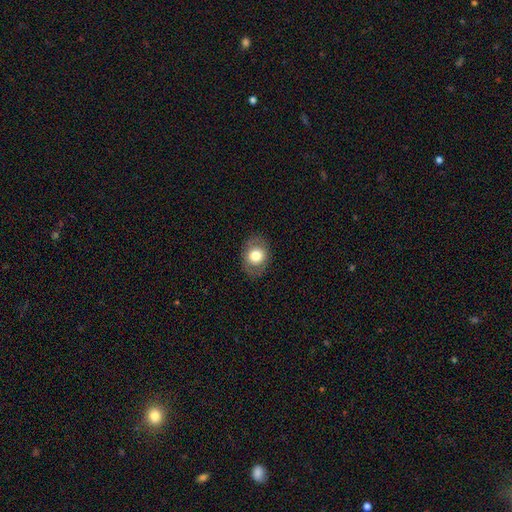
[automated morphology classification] This is likely a smooth galaxy (72%). How rounded: possibly in between (54%). Merging: clearly none (83%).